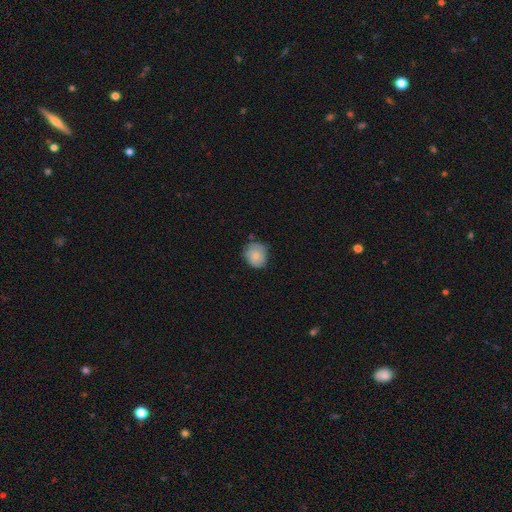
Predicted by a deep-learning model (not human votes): Smooth or featured?
  - smooth: 68% *
  - featured or disk: 25%
  - star or artifact: 7%
How rounded?
  - round: 77% *
  - in between: 22%
  - cigar-shaped: 1%
Merging?
  - none: 67% *
  - minor disturbance: 26%
  - major disturbance: 5%
  - merger: 2%